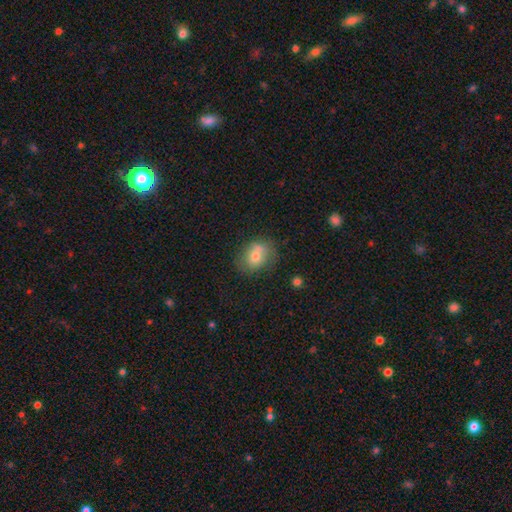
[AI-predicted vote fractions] Morphology: type=smooth (69%); roundness=in between (52%); merging=none (56%).